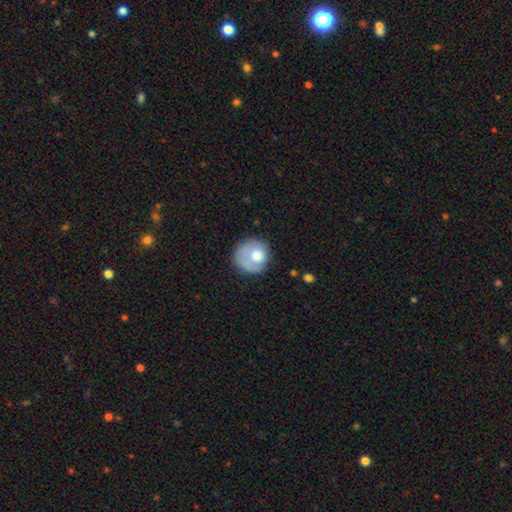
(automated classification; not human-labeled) A smooth galaxy with no disk features (69%) that is round (83%). Merging: none (55%).